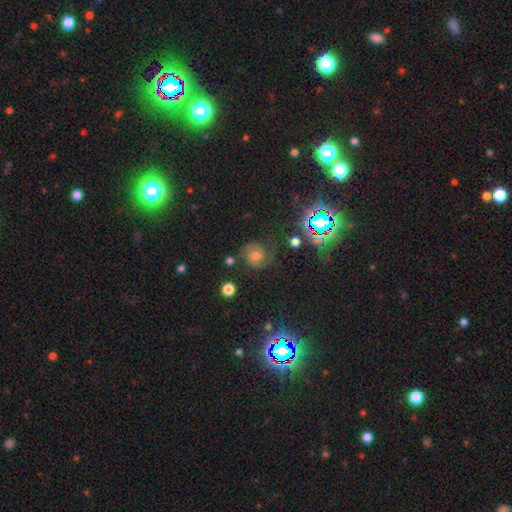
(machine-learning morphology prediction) type=featured or disk (62%); edge-on=no (97%); bar=no (67%); spiral arms=yes (94%); winding=tight (44%, tied with medium); arm count=2 (75%); bulge=moderate (62%); merging=none (73%).